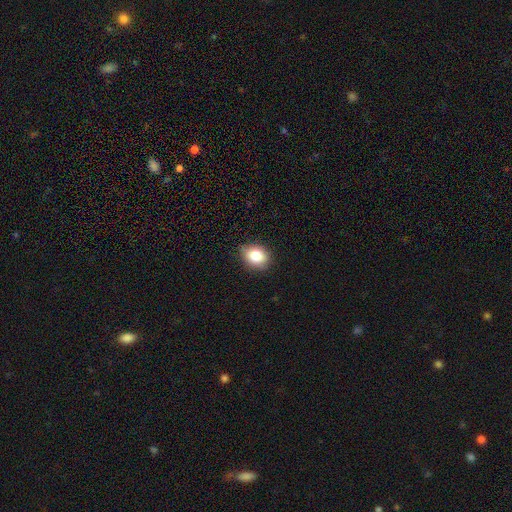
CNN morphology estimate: smooth-or-featured: smooth: 83% | star or artifact: 9% | featured or disk: 8%
  how-rounded: in between: 55% | round: 44% | cigar-shaped: 1%
  merging: none: 80% | minor disturbance: 16% | major disturbance: 3% | merger: 1%